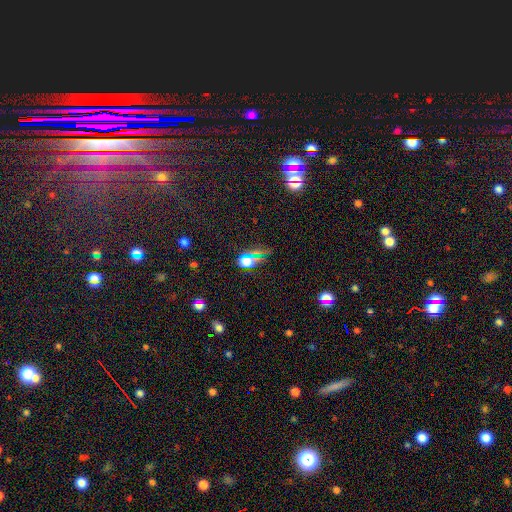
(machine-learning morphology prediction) smooth-or-featured: star or artifact: 50% | smooth: 39% | featured or disk: 12%